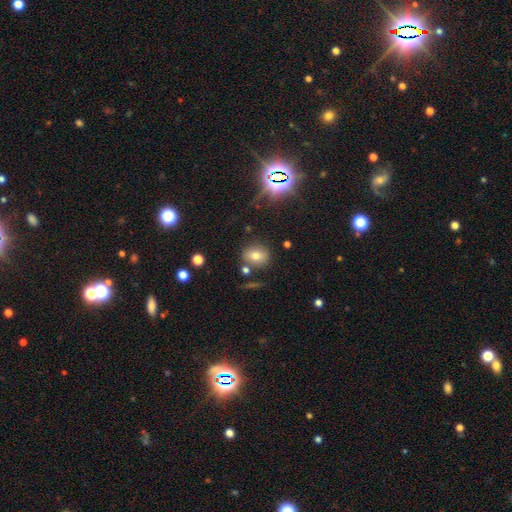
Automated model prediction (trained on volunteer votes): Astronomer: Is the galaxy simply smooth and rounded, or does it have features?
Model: smooth — 70%.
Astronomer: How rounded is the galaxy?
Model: round — 56% (runner-up: in between, 42%).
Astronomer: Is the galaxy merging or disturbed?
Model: none — 78%.